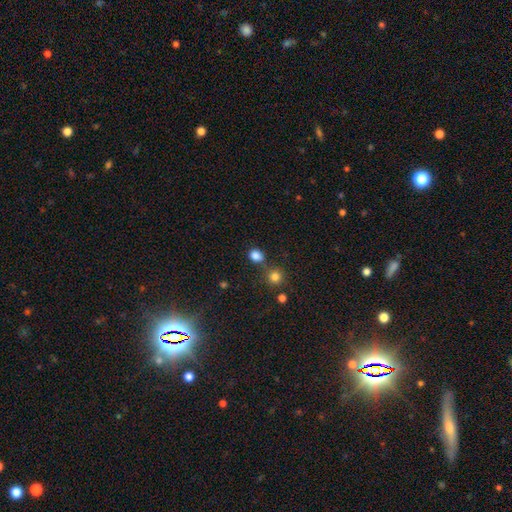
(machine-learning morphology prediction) Overall: smooth (83%). How rounded: round (64%; in between 35%). Merging: none (69%).